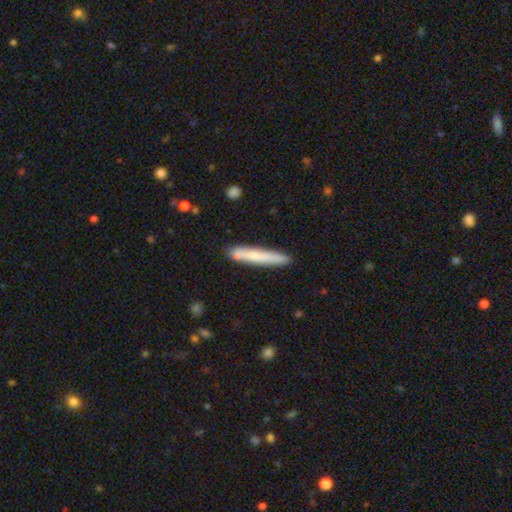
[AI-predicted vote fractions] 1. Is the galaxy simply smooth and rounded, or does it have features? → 66% smooth, 29% featured or disk, 6% star or artifact.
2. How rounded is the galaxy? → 95% cigar-shaped, 4% in between, 1% round.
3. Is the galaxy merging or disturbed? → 84% none, 11% minor disturbance, 3% merger, 2% major disturbance.